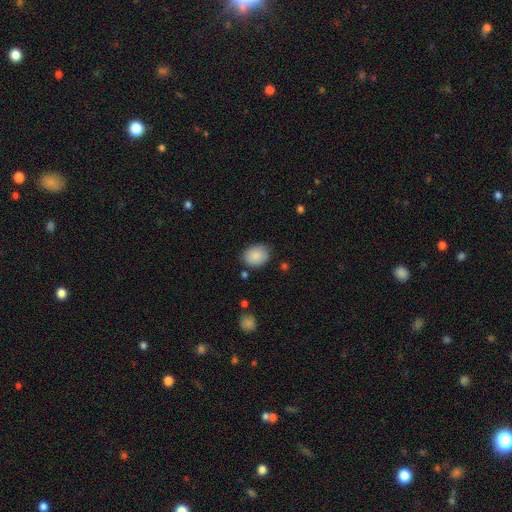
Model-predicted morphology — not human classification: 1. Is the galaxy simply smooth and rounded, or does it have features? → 88% smooth, 7% star or artifact, 5% featured or disk.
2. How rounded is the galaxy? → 53% in between, 46% round, 1% cigar-shaped.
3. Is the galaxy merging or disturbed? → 82% none, 12% minor disturbance, 3% major disturbance, 2% merger.